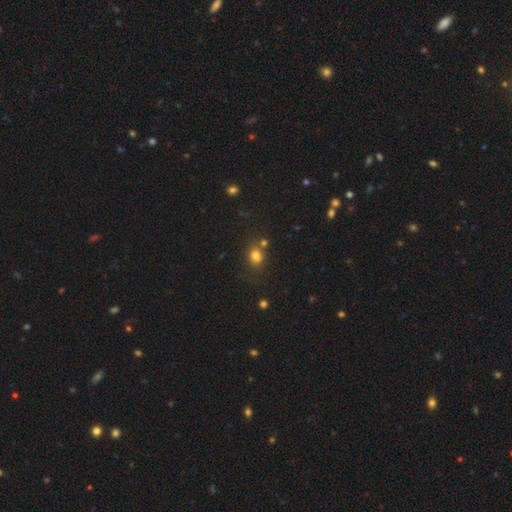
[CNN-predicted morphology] smooth-or-featured: smooth: 77% | star or artifact: 15% | featured or disk: 8%
  how-rounded: in between: 50% | round: 49% | cigar-shaped: 1%
  merging: none: 67% | merger: 15% | minor disturbance: 14% | major disturbance: 5%